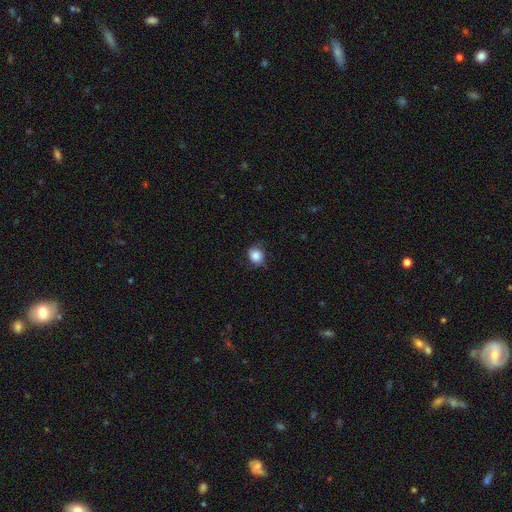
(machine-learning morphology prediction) This appears to be a smooth galaxy with no disk features (79%) that is round (74%). Merging: none (68%).